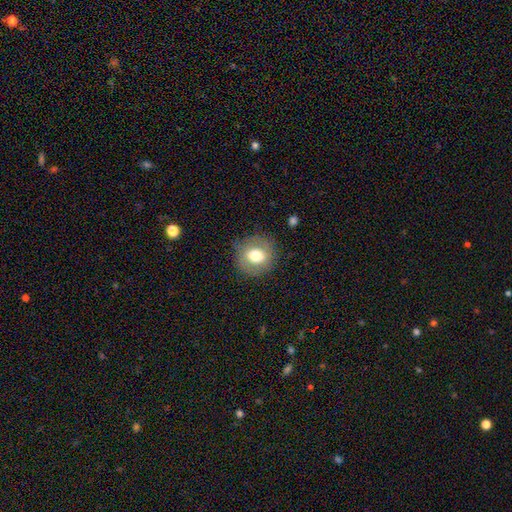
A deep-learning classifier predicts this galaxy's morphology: Smooth or featured?
  - smooth: 68% *
  - featured or disk: 23%
  - star or artifact: 9%
How rounded?
  - round: 85% *
  - in between: 14%
  - cigar-shaped: 1%
Merging?
  - none: 82% *
  - minor disturbance: 12%
  - major disturbance: 5%
  - merger: 1%